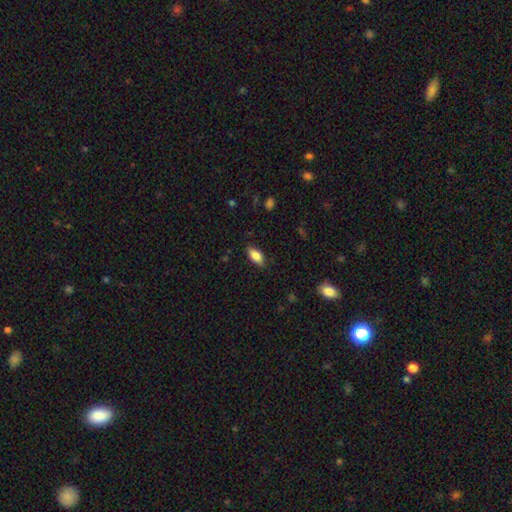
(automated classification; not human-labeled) The model was most divided on "merging": none: 84%, minor disturbance: 13%, major disturbance: 3%, merger: 1%. More confident: how rounded — in between (87%); smooth or featured — smooth (82%).